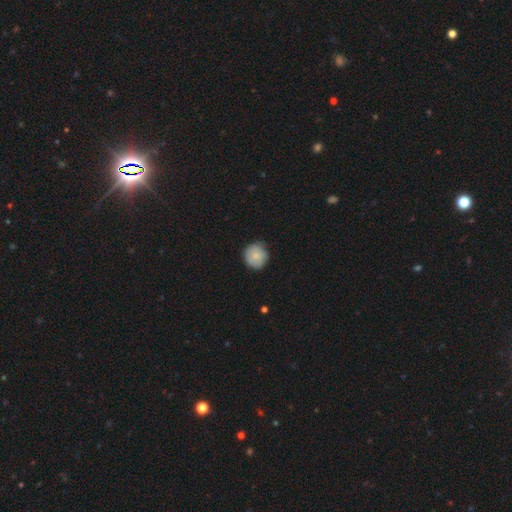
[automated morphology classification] Smooth or featured? Predicted: smooth (p=0.81). How rounded? Predicted: round (p=0.91). Merging? Predicted: none (p=0.79).